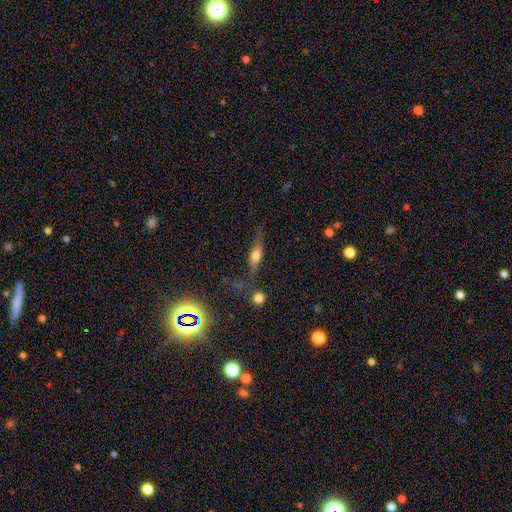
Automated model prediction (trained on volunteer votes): Smooth or featured? Predicted: smooth (p=0.49). Merging? Predicted: none (p=0.66).